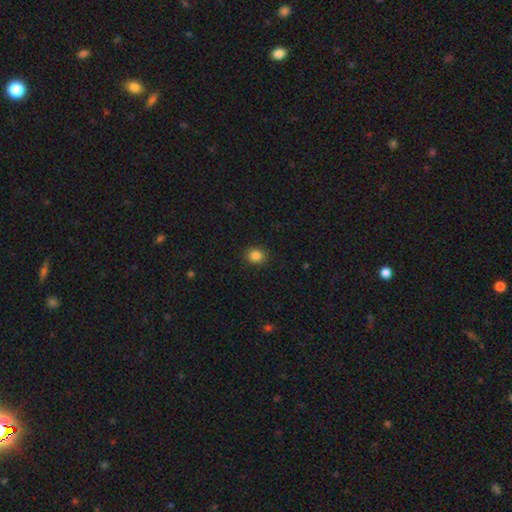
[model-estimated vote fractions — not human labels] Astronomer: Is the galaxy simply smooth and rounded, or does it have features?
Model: smooth — 85%.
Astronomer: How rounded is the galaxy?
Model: round — 77%.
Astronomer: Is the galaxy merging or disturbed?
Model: none — 91%.